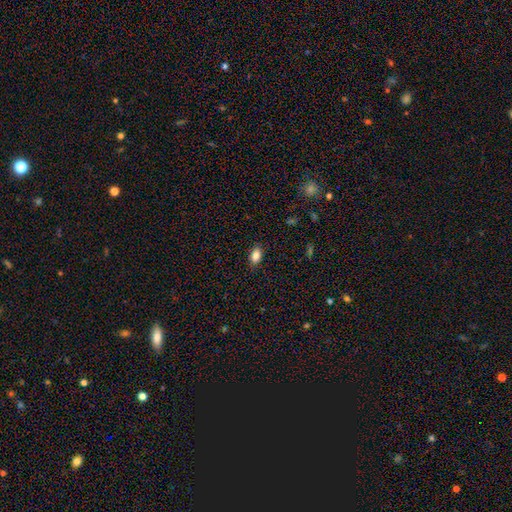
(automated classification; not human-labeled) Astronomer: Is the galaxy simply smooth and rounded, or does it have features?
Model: smooth — 85%.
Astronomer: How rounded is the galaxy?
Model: in between — 88%.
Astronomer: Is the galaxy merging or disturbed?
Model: none — 87%.